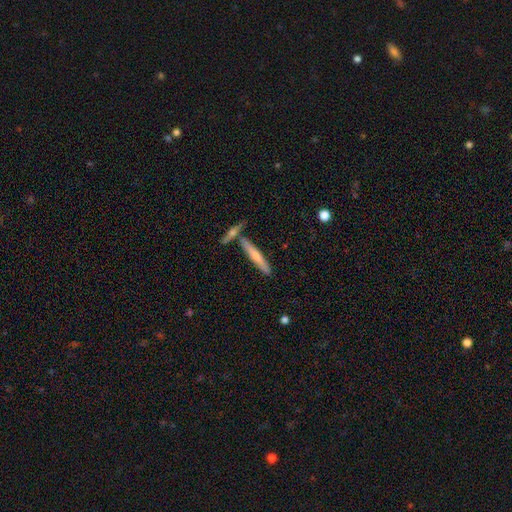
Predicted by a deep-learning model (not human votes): This appears to be a smooth galaxy with no disk features (59%) that is cigar-shaped (91%). Merging: none (73%).